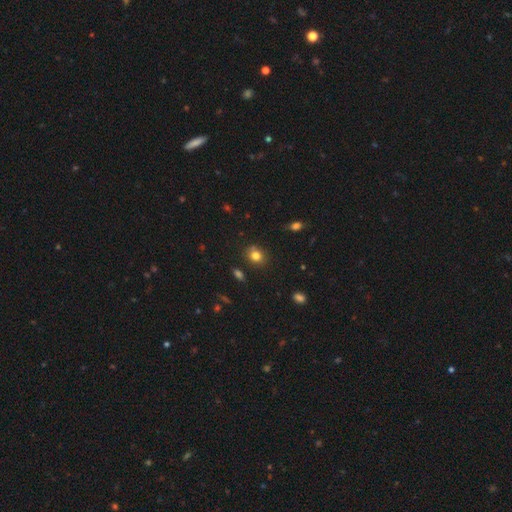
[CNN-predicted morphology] The model was most divided on "how rounded": round: 59%, in between: 40%, cigar-shaped: 1%. More confident: smooth or featured — smooth (80%); merging — none (77%).